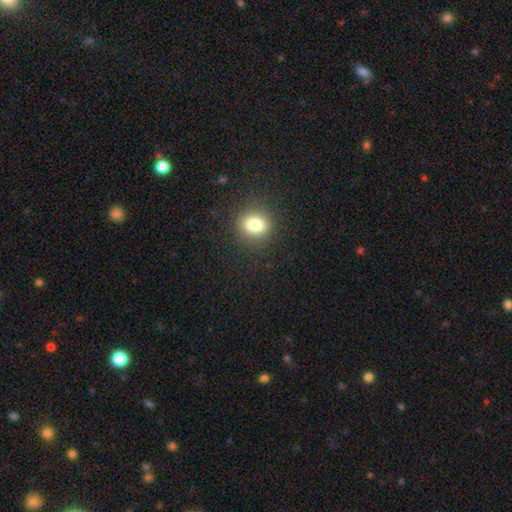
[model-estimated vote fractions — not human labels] smooth-or-featured: smooth: 72% | star or artifact: 21% | featured or disk: 7%
  how-rounded: round: 78% | in between: 21% | cigar-shaped: 2%
  merging: none: 91% | minor disturbance: 5% | major disturbance: 2% | merger: 1%